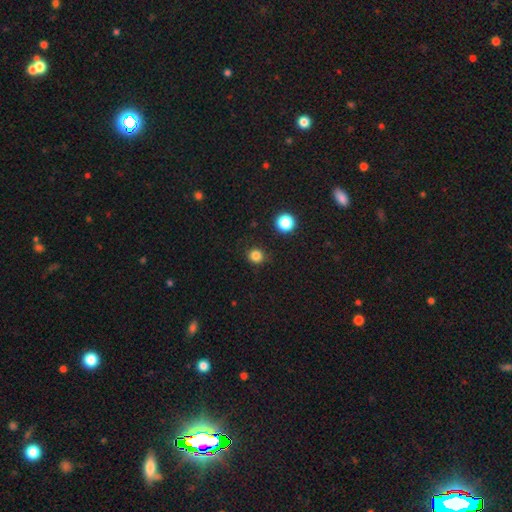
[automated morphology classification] Q: Smooth or featured?
A: smooth (82%); runner-up: star or artifact (14%)
Q: How rounded?
A: round (91%); runner-up: in between (9%)
Q: Merging?
A: none (89%); runner-up: minor disturbance (7%)